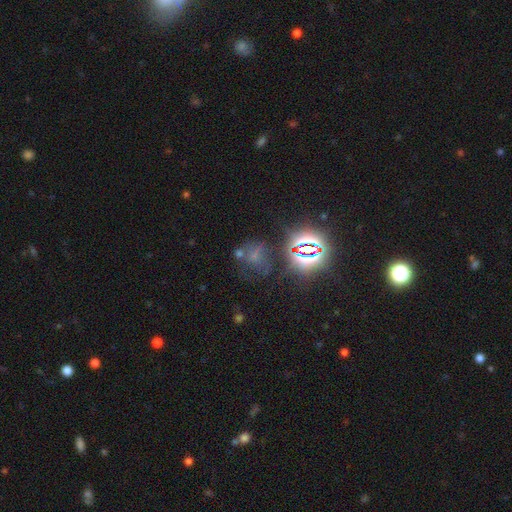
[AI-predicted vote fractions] Smooth or featured? star or artifact (47%)